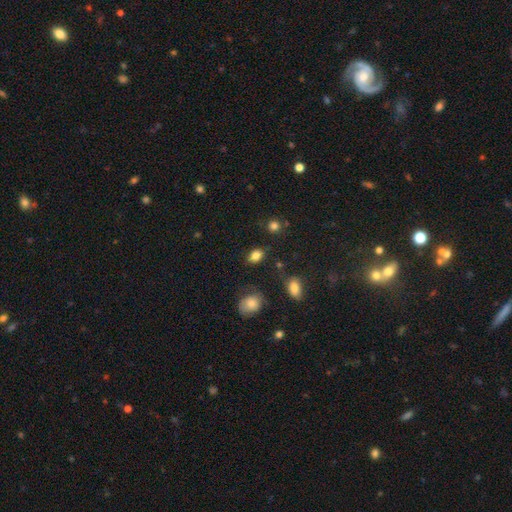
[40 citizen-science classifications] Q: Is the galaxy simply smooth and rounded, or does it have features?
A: smooth — 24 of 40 (60%).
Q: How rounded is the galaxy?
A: in between — 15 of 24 (62%).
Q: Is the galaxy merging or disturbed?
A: none — 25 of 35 (71%).